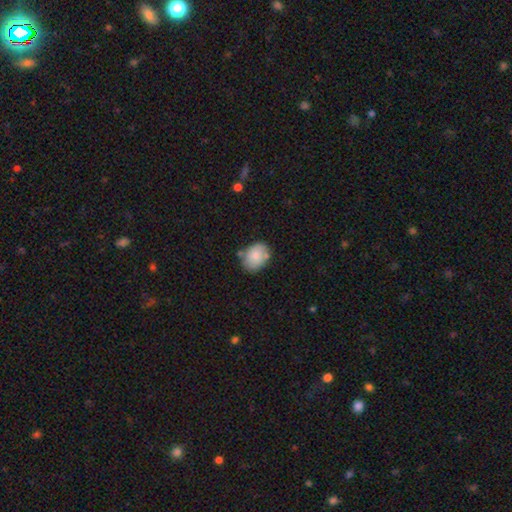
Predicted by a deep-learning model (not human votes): Smooth or featured?
  - smooth: 79% *
  - featured or disk: 14%
  - star or artifact: 7%
How rounded?
  - in between: 66% *
  - round: 33%
  - cigar-shaped: 1%
Merging?
  - none: 68% *
  - minor disturbance: 19%
  - merger: 8%
  - major disturbance: 4%